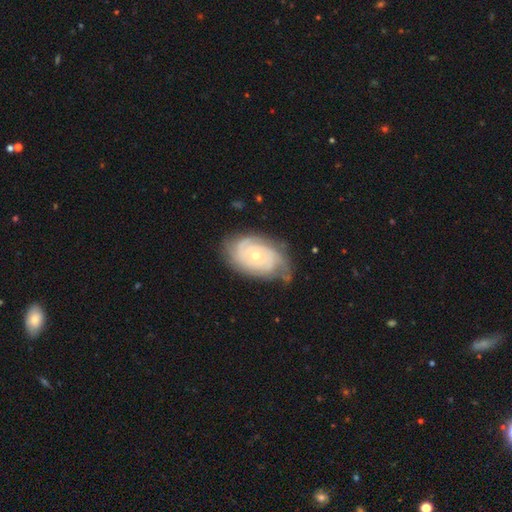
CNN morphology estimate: This appears to be a featured or disk galaxy (83%) with no bar (80%), tight (76%) spiral arms (95%) and a small central bulge (63%). Merging: none (66%).